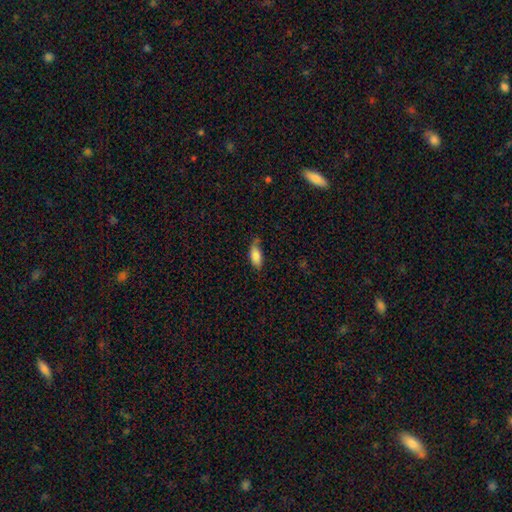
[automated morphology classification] A smooth galaxy with no disk features (81%) that is in between round and cigar-shaped (84%). Merging: none (51%).